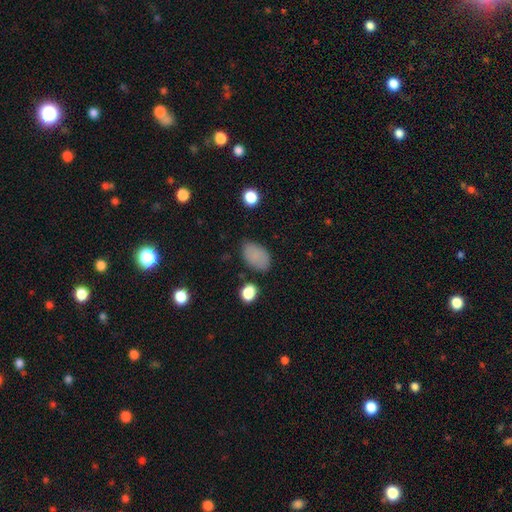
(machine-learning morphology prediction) This appears to be a smooth galaxy with no disk features (84%) that is in between round and cigar-shaped (91%). Merging: none (74%).